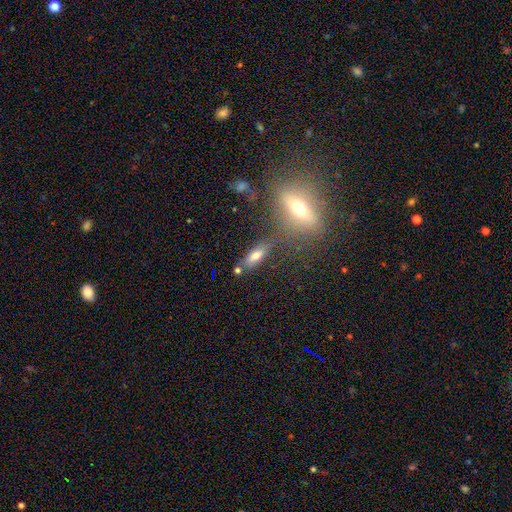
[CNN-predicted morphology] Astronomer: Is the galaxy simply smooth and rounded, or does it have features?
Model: smooth — 68%.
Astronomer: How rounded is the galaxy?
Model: in between — 65%.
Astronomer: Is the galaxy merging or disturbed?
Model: none — 67%.